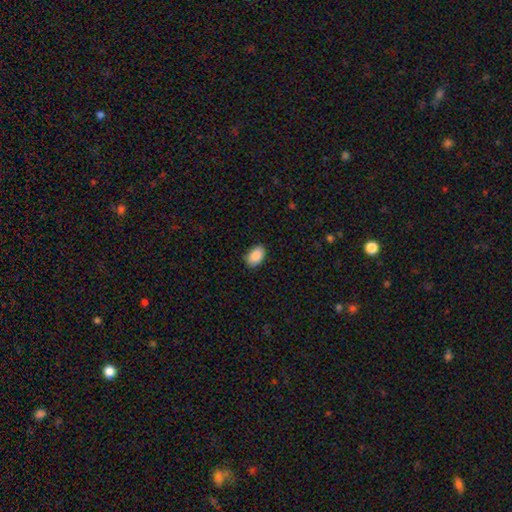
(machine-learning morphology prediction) A smooth galaxy with no disk features (89%) that is in between round and cigar-shaped (88%). Merging: none (84%).